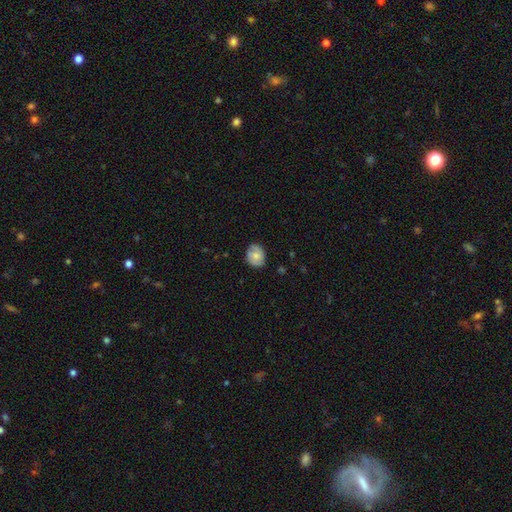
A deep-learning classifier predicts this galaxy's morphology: Smooth or featured? Predicted: smooth (p=0.62). How rounded? Predicted: round (p=0.55). Merging? Predicted: none (p=0.77).